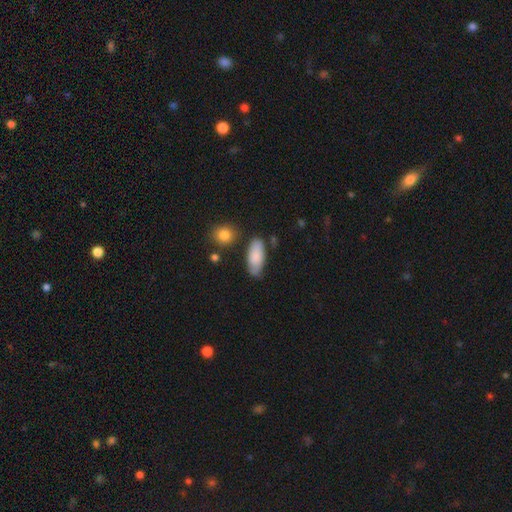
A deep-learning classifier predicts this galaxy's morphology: A smooth galaxy with no disk features (84%) that is in between round and cigar-shaped (86%). Merging: none (73%).